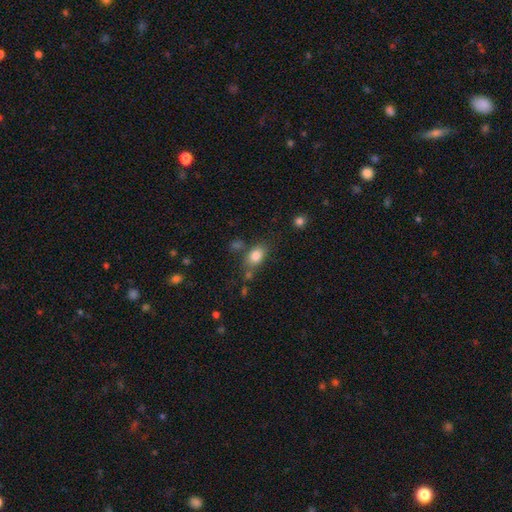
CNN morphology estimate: Smooth or featured: smooth — 82% (star or artifact — 9%)
How rounded: in between — 77% (round — 21%)
Merging: none — 66% (minor disturbance — 17%)